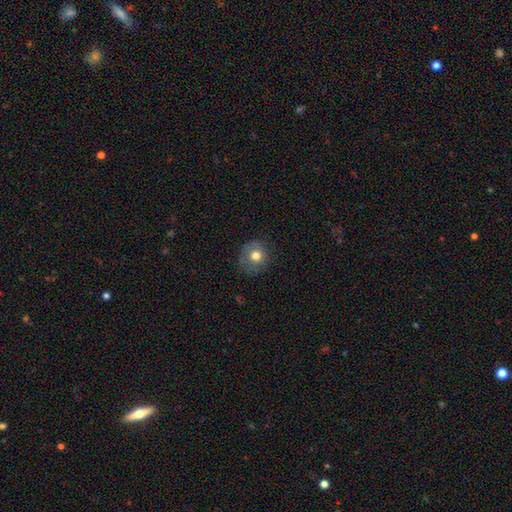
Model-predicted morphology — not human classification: smooth-or-featured: smooth: 72% | featured or disk: 18% | star or artifact: 10%
  how-rounded: round: 87% | in between: 12% | cigar-shaped: 1%
  merging: none: 79% | minor disturbance: 15% | major disturbance: 5% | merger: 1%